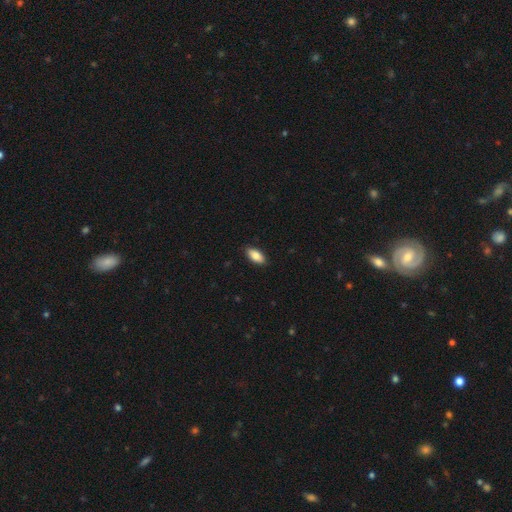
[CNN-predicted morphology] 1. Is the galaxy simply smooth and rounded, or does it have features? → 85% smooth, 8% featured or disk, 6% star or artifact.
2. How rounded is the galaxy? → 90% in between, 7% cigar-shaped, 2% round.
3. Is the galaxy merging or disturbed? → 89% none, 8% minor disturbance, 2% major disturbance, 1% merger.